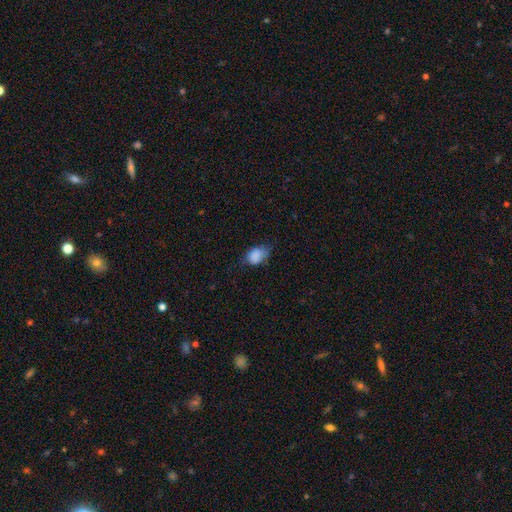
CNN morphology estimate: Q: Smooth or featured?
A: smooth (84%); runner-up: star or artifact (9%)
Q: How rounded?
A: in between (70%); runner-up: round (29%)
Q: Merging?
A: none (45%); runner-up: minor disturbance (40%)